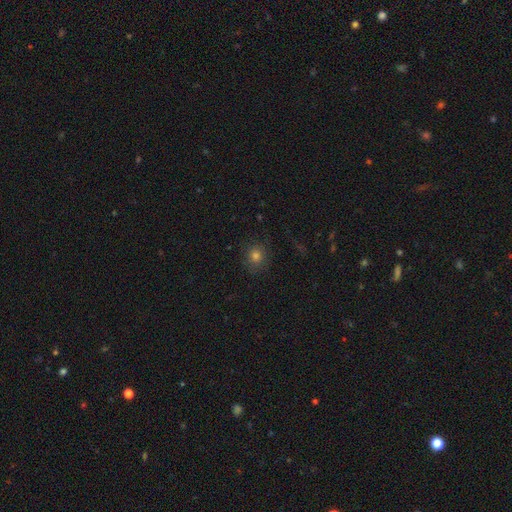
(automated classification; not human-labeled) Overall: smooth (74%). How rounded: round (87%). Merging: none (85%).